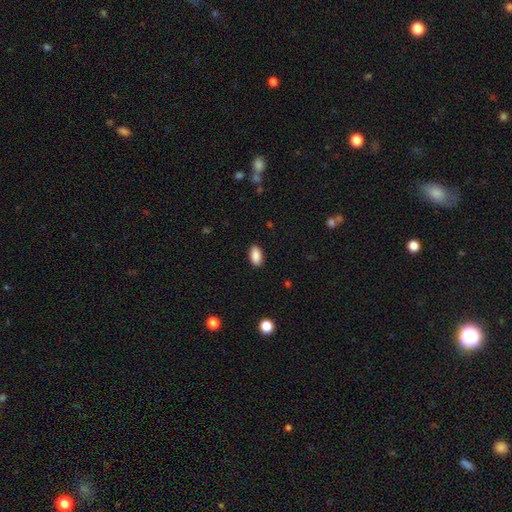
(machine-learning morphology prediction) Q: Smooth or featured?
A: smooth (90%); runner-up: star or artifact (7%)
Q: How rounded?
A: in between (93%); runner-up: round (4%)
Q: Merging?
A: none (89%); runner-up: minor disturbance (8%)